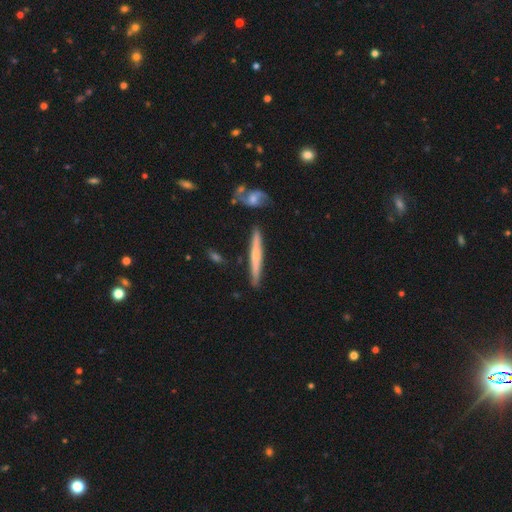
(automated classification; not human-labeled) smooth_or_featured: smooth (p=0.49) [alt: featured or disk p=0.46]
merging: none (p=0.87) [alt: minor disturbance p=0.09]